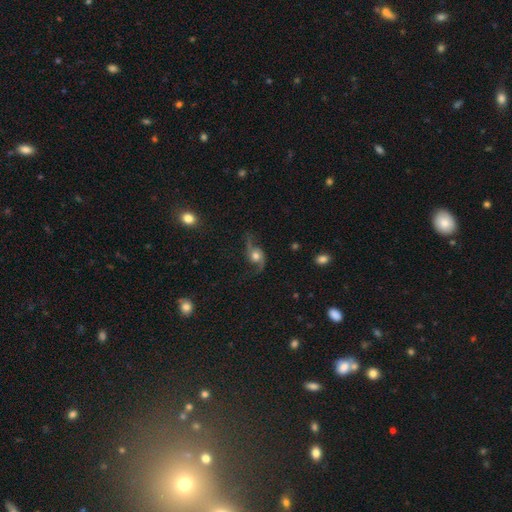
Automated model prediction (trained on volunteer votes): Morphology: type=featured or disk (81%); edge-on=no (95%); bar=no (74%); spiral arms=yes (96%); winding=loose (78%); arm count=2 (93%); bulge=moderate (60%); merging=none (68%).